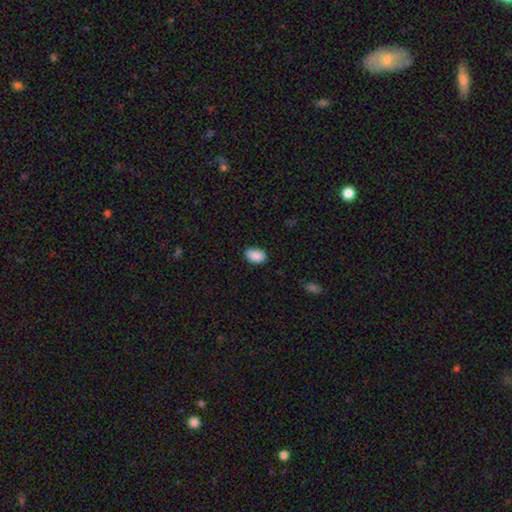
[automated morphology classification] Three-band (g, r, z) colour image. It shows a smooth galaxy with no disk features (90%) that is in between round and cigar-shaped (91%). Merging: none (86%).